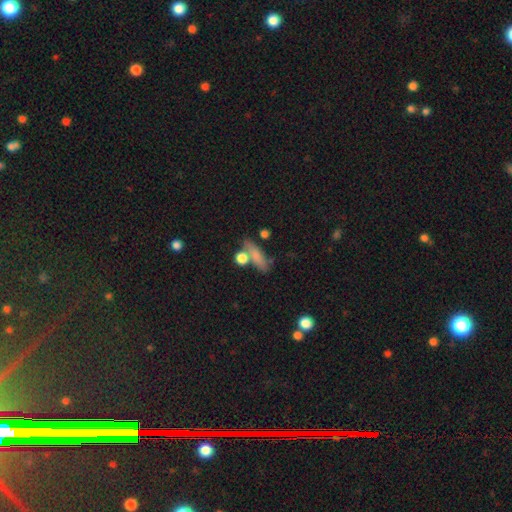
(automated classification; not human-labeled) Overall: smooth (74%). How rounded: cigar-shaped (47%; in between 42%). Merging: none (56%; merger 18%).